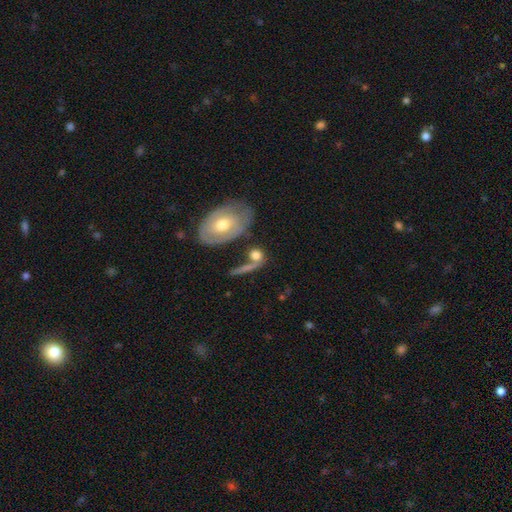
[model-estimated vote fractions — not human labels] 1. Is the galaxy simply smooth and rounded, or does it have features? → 66% smooth, 25% featured or disk, 9% star or artifact.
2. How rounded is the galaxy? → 51% round, 41% in between, 8% cigar-shaped.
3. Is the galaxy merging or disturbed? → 46% none, 27% merger, 15% minor disturbance, 12% major disturbance.